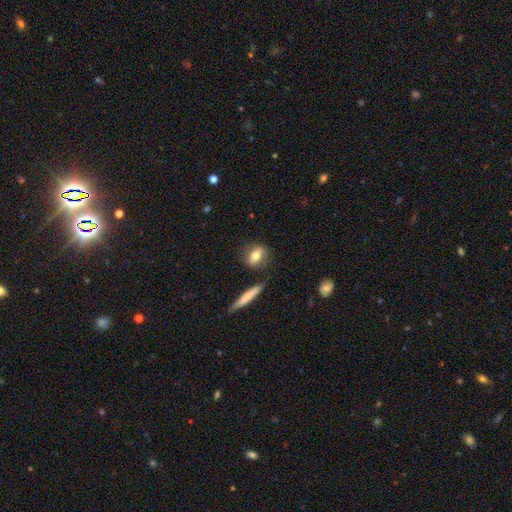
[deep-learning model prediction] Smooth or featured: smooth — 74% (featured or disk — 18%)
How rounded: in between — 54% (round — 35%)
Merging: none — 78% (minor disturbance — 13%)